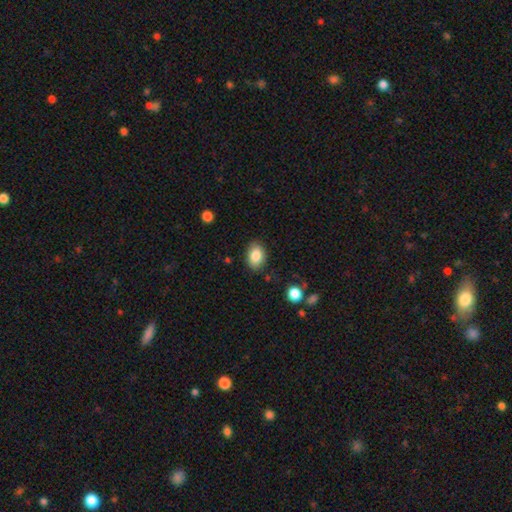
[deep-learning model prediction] The model was most divided on "how rounded": in between: 82%, round: 17%, cigar-shaped: 1%. More confident: smooth or featured — smooth (85%); merging — none (83%).